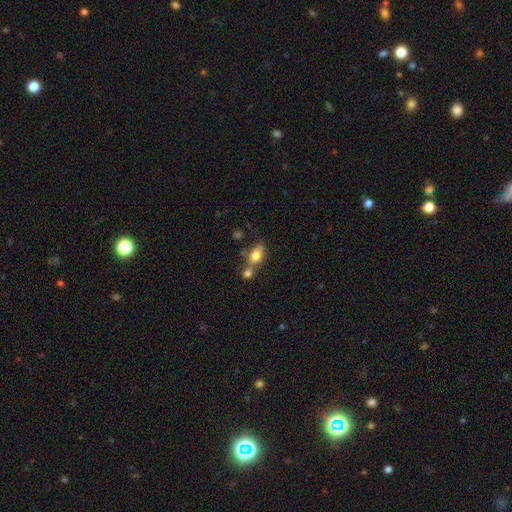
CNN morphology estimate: A smooth galaxy with no disk features (77%) that is in between round and cigar-shaped (71%).

Vote fractions:
- Smooth or featured? smooth: 77% / featured or disk: 14% / star or artifact: 9%
- How rounded? in between: 71% / round: 25% / cigar-shaped: 5%
- Merging? merger: 44% / none: 38% / minor disturbance: 13% / major disturbance: 6%